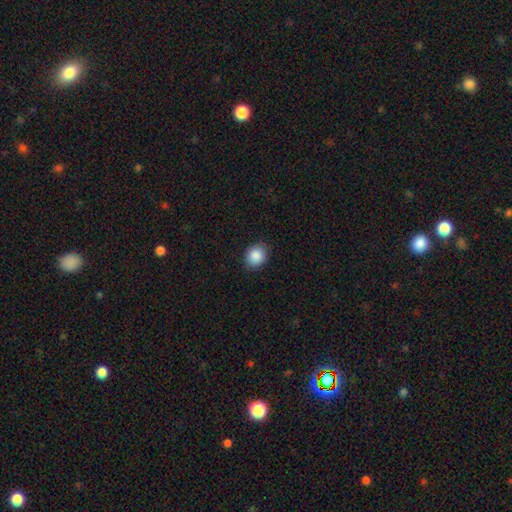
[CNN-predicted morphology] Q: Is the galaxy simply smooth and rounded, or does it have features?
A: smooth — 88%.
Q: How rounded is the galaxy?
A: round — 64%.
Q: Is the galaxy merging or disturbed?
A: none — 88%.